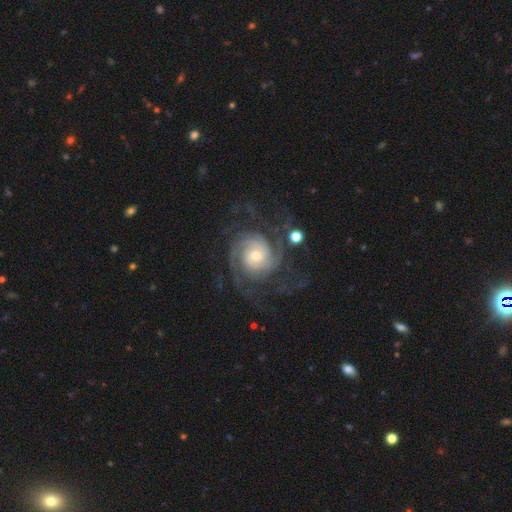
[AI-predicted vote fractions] A featured or disk galaxy (91%) with no bar (68%), 2 (30%) tight (66%) spiral arms (98%) and a moderate central bulge (52%). Merging: none (67%).